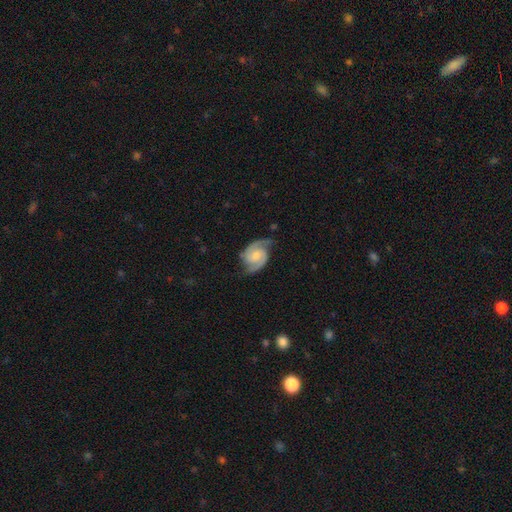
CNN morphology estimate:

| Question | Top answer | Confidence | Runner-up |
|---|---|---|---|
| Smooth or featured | featured or disk | 89% | smooth (6%) |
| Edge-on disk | no | 98% | yes (2%) |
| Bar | no | 50% | weak (41%) |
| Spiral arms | yes | 98% | no (2%) |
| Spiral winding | medium | 52% | tight (36%) |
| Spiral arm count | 2 | 93% | can't tell (2%) |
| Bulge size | moderate | 43% | small (38%) |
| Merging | none | 75% | minor disturbance (18%) |